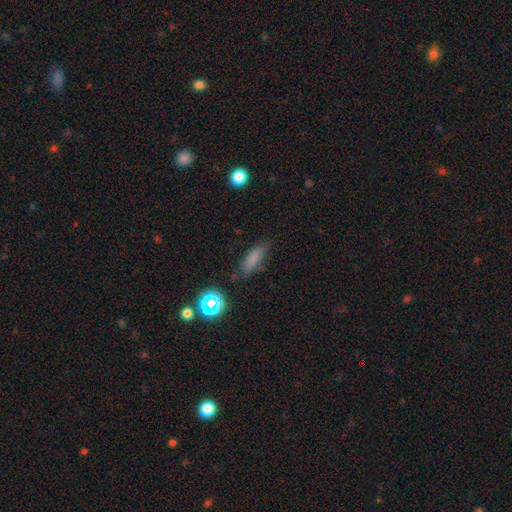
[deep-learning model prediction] Morphology: type=smooth (74%); roundness=in between (48%); merging=none (78%).